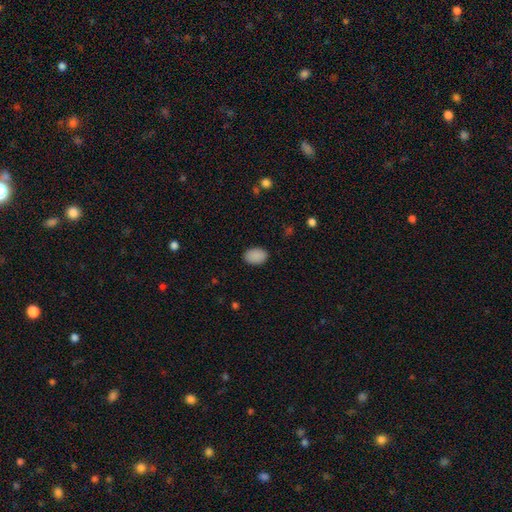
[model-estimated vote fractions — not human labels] A smooth galaxy with no disk features (89%) that is in between round and cigar-shaped (85%). Merging: none (88%).